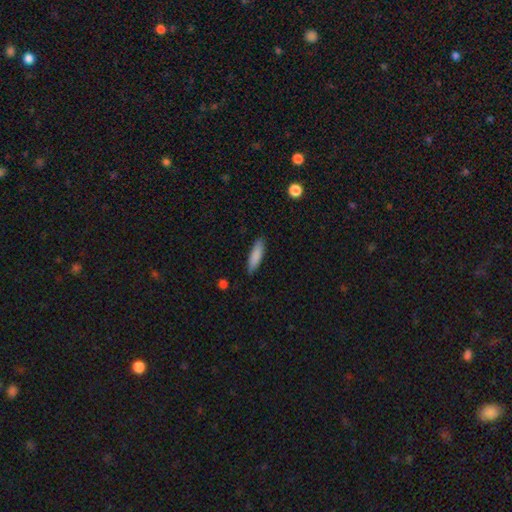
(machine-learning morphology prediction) This appears to be a smooth galaxy with no disk features (86%) that is cigar-shaped (65%). Merging: none (86%).